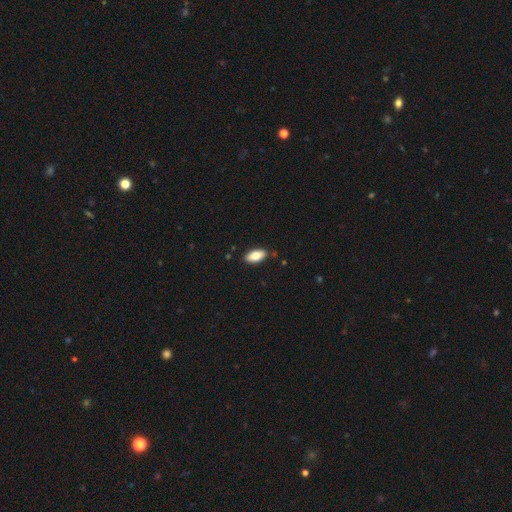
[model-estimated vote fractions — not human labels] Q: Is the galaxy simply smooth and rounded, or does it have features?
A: smooth — 82%.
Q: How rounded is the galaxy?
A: in between — 90%.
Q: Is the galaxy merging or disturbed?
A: none — 86%.